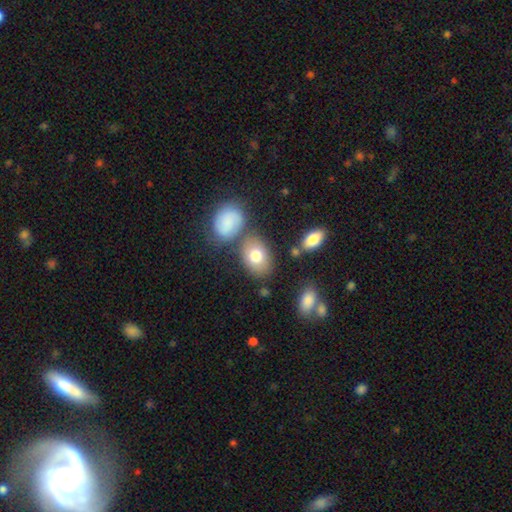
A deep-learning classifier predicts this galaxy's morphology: type=smooth (76%); roundness=in between (78%); merging=none (65%).